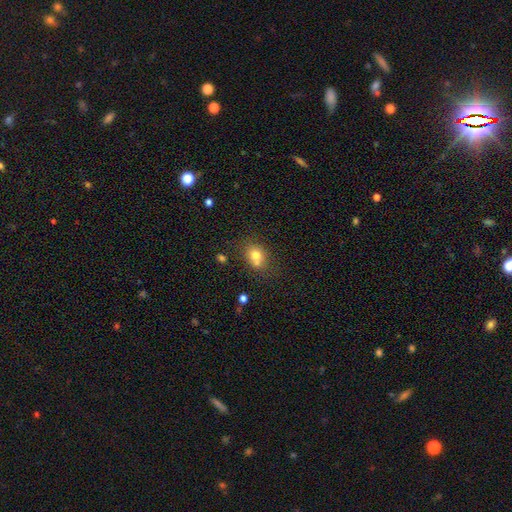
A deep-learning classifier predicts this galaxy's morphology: smooth 74%, featured or disk 14%, star or artifact 12%. Down the decision tree: how rounded — round (52%); merging — none (49%).